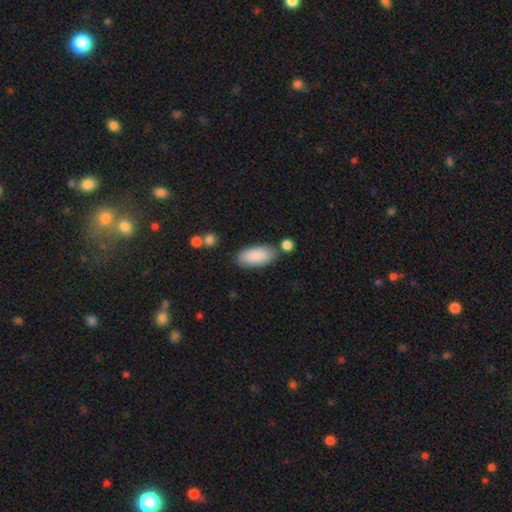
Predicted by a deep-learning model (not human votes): smooth-or-featured: smooth: 88% | featured or disk: 6% | star or artifact: 6%
  how-rounded: in between: 88% | cigar-shaped: 10% | round: 2%
  merging: none: 73% | minor disturbance: 13% | merger: 10% | major disturbance: 4%